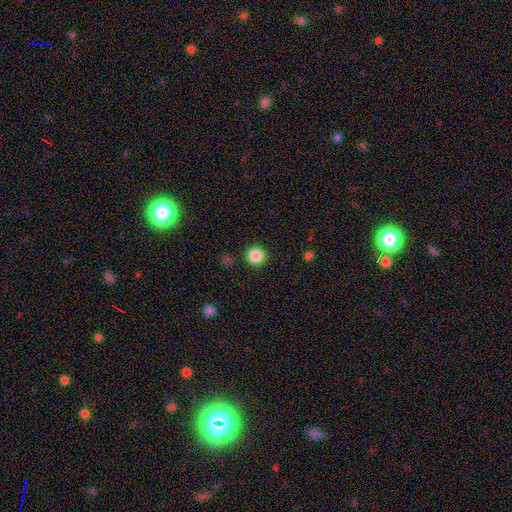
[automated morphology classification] smooth 86%, star or artifact 10%, featured or disk 4%. Down the decision tree: how rounded — round (95%); merging — none (92%).